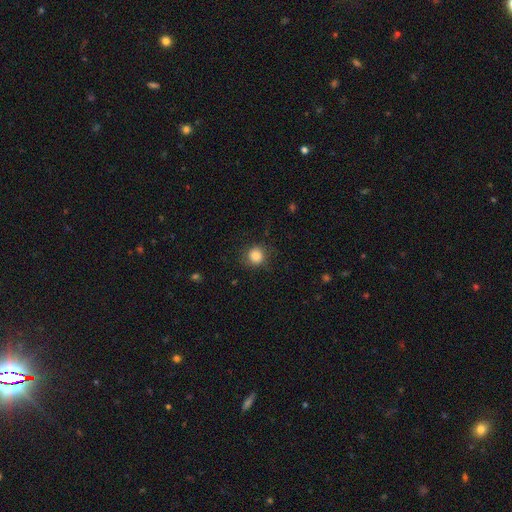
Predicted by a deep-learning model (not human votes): Smooth or featured? smooth (85%)
How rounded? round (89%)
Merging? none (83%)